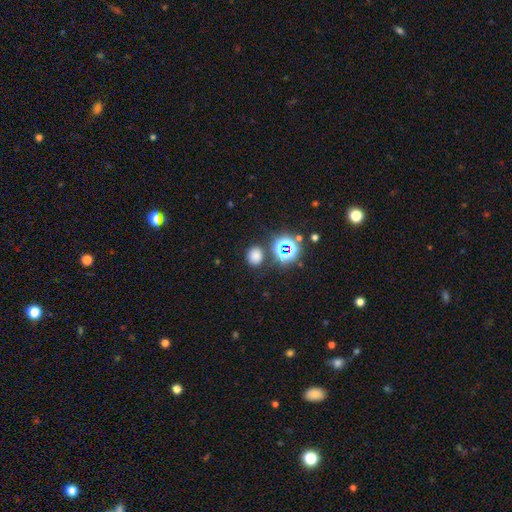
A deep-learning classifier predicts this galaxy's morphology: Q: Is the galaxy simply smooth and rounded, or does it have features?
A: smooth — 73%.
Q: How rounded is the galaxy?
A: round — 71%.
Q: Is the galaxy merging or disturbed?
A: none — 82%.